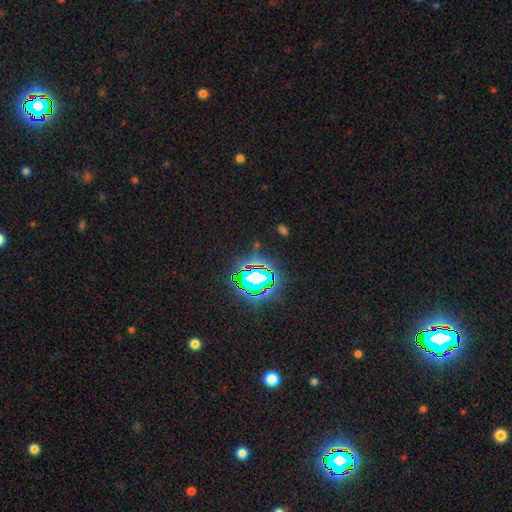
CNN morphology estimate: Smooth or featured: star or artifact — 82% (smooth — 10%)